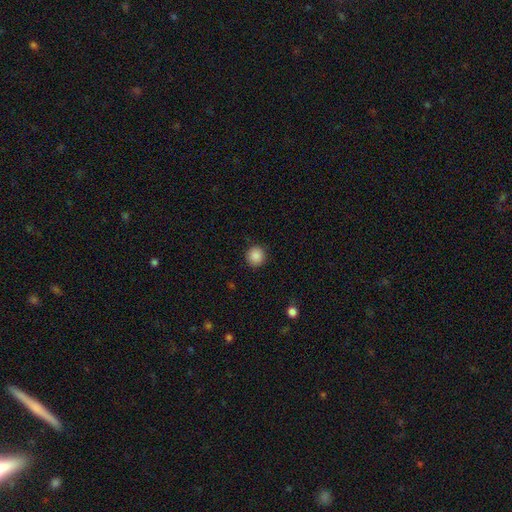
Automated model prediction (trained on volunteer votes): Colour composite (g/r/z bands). It shows a smooth galaxy with no disk features (88%) that is round (91%). Merging: none (90%).